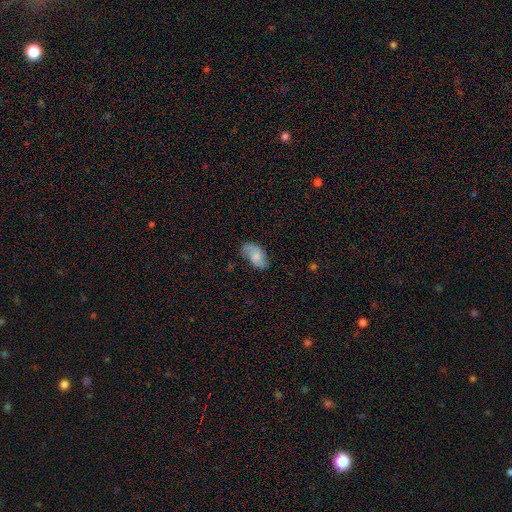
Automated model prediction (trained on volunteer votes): Smooth or featured? Predicted: smooth (p=0.63). How rounded? Predicted: in between (p=0.93). Merging? Predicted: none (p=0.57).